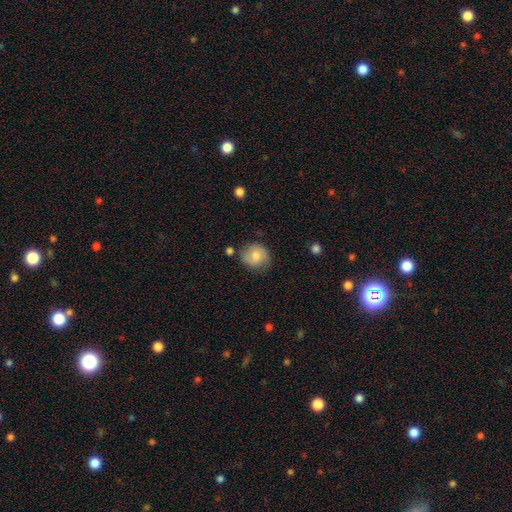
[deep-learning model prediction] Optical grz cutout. It shows a smooth galaxy with no disk features (67%) that is round (81%). Merging: none (72%).